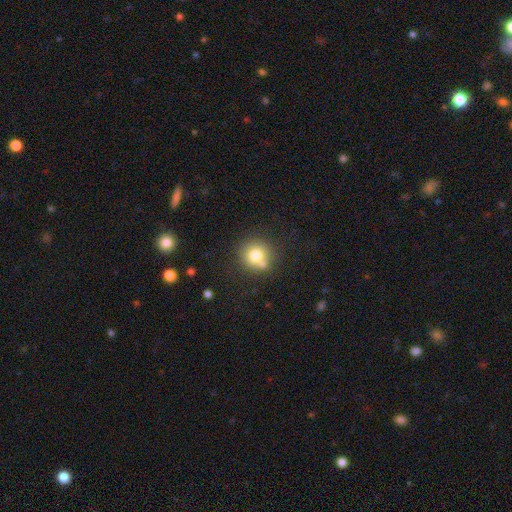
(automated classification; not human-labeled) Q: Smooth or featured?
A: smooth (75%); runner-up: featured or disk (13%)
Q: How rounded?
A: round (91%); runner-up: in between (8%)
Q: Merging?
A: none (67%); runner-up: merger (19%)